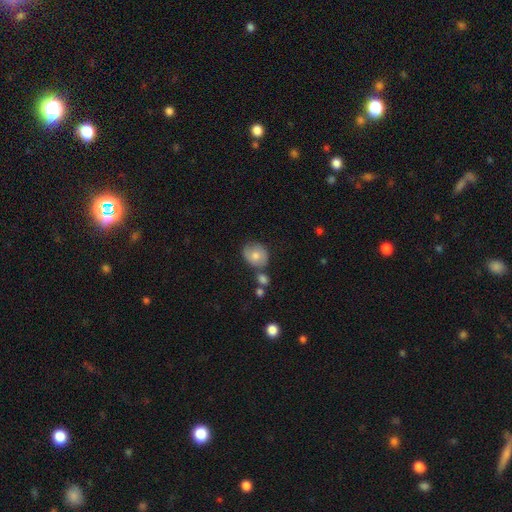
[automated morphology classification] Smooth or featured?
  - smooth: 64% *
  - featured or disk: 27%
  - star or artifact: 9%
How rounded?
  - round: 64% *
  - in between: 35%
  - cigar-shaped: 1%
Merging?
  - none: 60% *
  - minor disturbance: 21%
  - merger: 12%
  - major disturbance: 6%